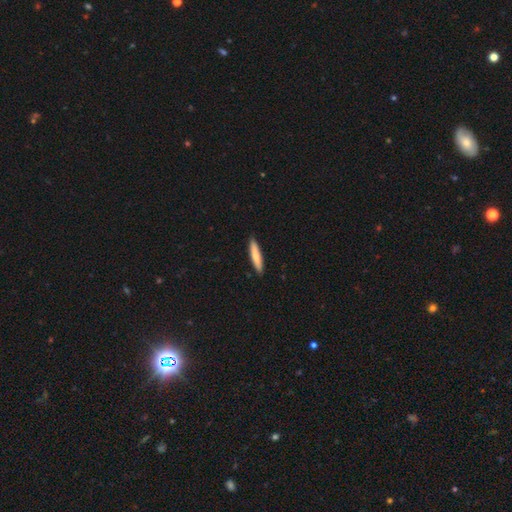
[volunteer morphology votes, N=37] A smooth galaxy with no disk features (81%) that is cigar-shaped (90%). Merging: none (81%).